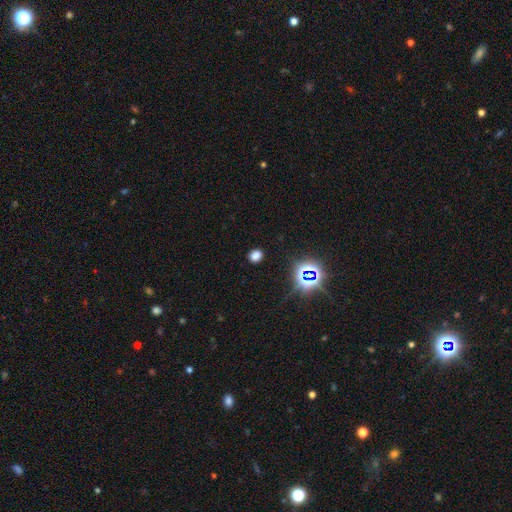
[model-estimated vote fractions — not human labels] A smooth galaxy with no disk features (68%) that is round (50%). Merging: none (86%).